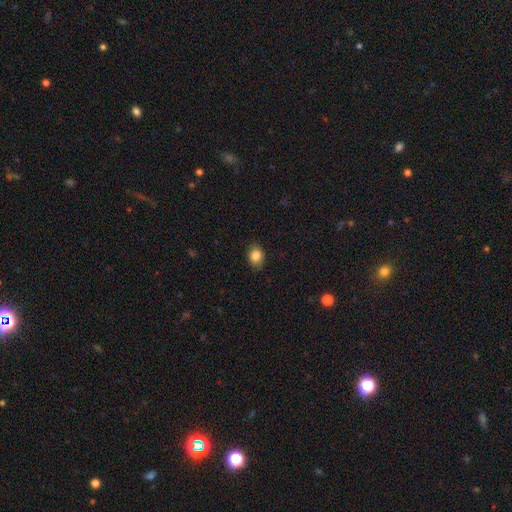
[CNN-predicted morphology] Smooth or featured? Predicted: smooth (p=0.84). How rounded? Predicted: in between (p=0.57). Merging? Predicted: none (p=0.83).